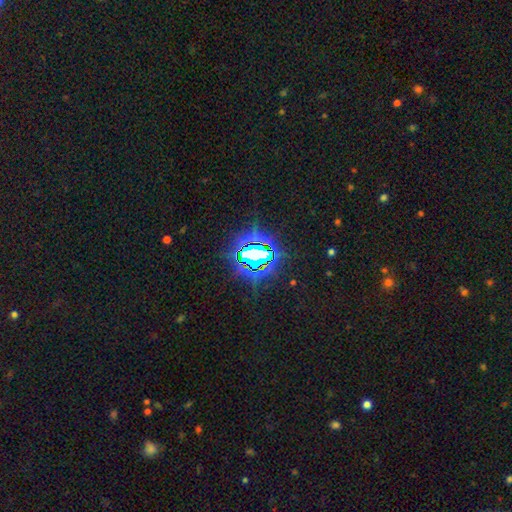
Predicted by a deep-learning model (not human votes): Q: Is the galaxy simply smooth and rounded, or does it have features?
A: star or artifact — 80%.